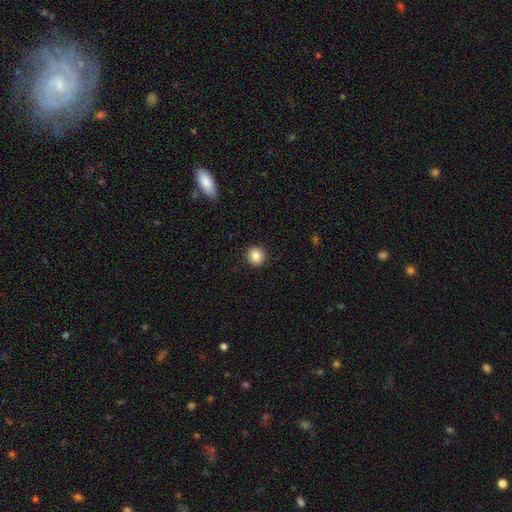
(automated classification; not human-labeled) Smooth or featured?
  - smooth: 85% *
  - star or artifact: 9%
  - featured or disk: 5%
How rounded?
  - round: 92% *
  - in between: 7%
  - cigar-shaped: 1%
Merging?
  - none: 92% *
  - minor disturbance: 5%
  - major disturbance: 2%
  - merger: 1%